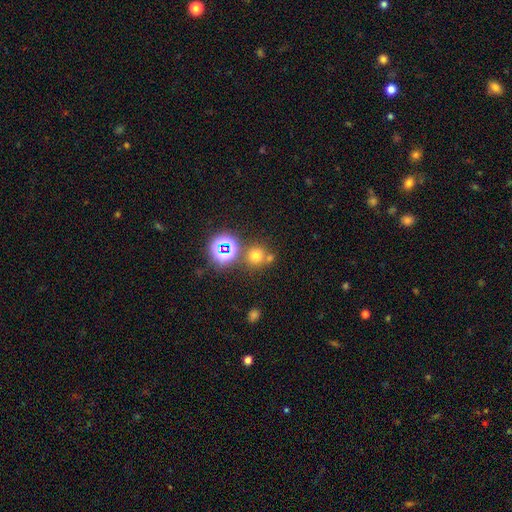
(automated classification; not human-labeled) smooth 64%, star or artifact 28%, featured or disk 8%. Down the decision tree: how rounded — round (90%); merging — none (69%).